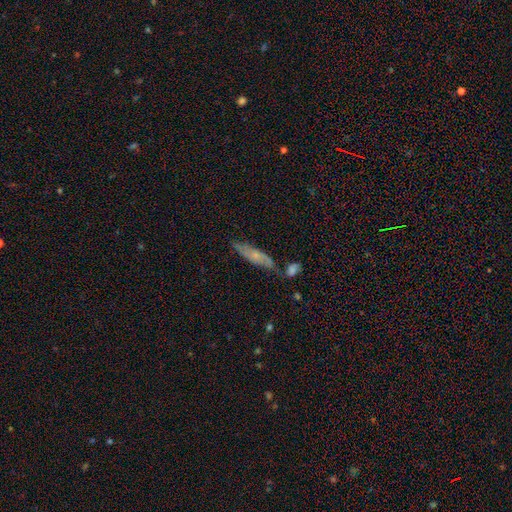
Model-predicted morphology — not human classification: Q: Smooth or featured?
A: featured or disk (49%); runner-up: smooth (43%)
Q: Merging?
A: none (63%); runner-up: minor disturbance (20%)